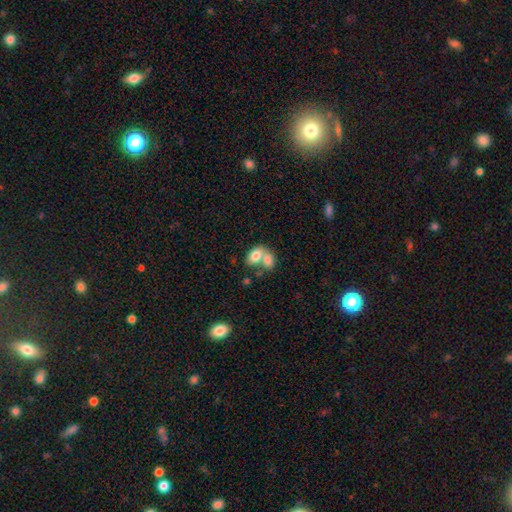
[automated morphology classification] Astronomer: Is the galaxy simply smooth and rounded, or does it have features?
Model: smooth — 76%.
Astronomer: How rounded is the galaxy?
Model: in between — 82%.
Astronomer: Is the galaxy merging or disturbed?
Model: merger — 67%.